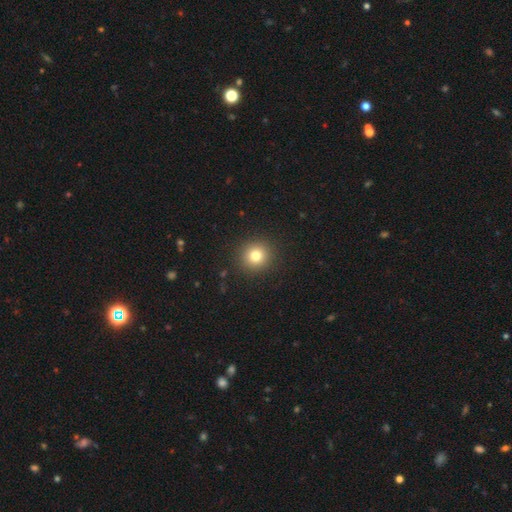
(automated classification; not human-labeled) Overall: smooth (79%). How rounded: round (92%). Merging: none (91%).